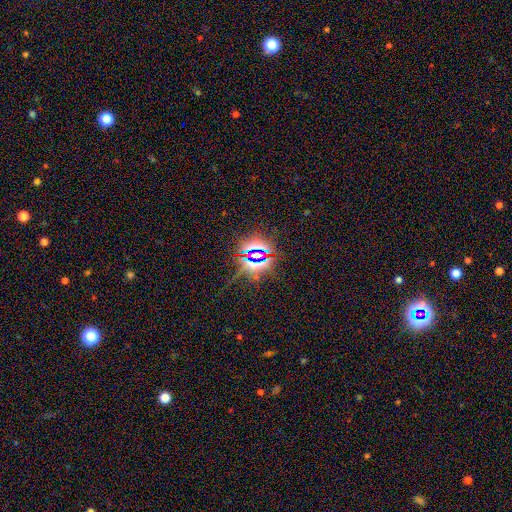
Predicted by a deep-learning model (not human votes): star or artifact 79%, smooth 12%, featured or disk 9%.